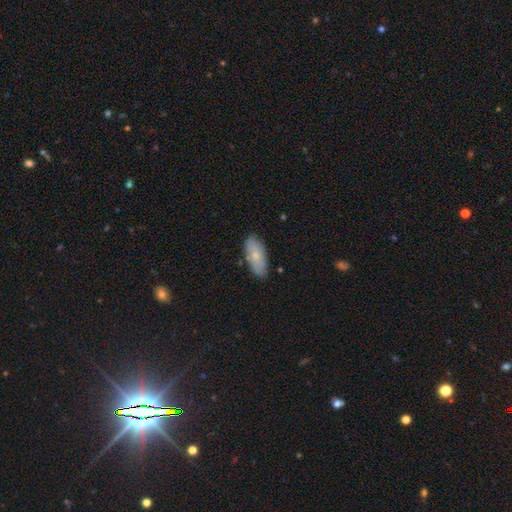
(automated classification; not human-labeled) A smooth galaxy with no disk features (69%) that is in between round and cigar-shaped (83%). Merging: none (78%).